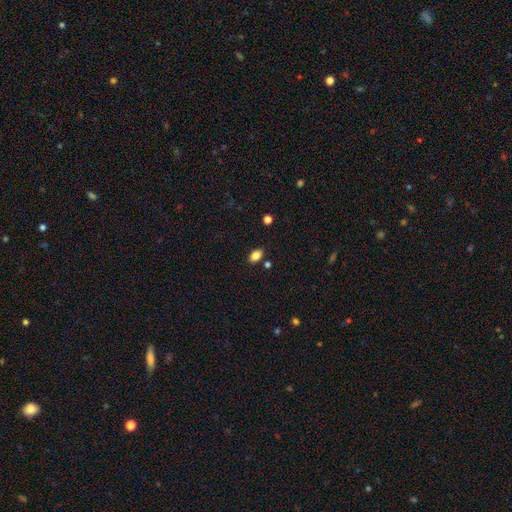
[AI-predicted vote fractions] Morphology: type=smooth (84%); roundness=in between (88%); merging=none (82%).